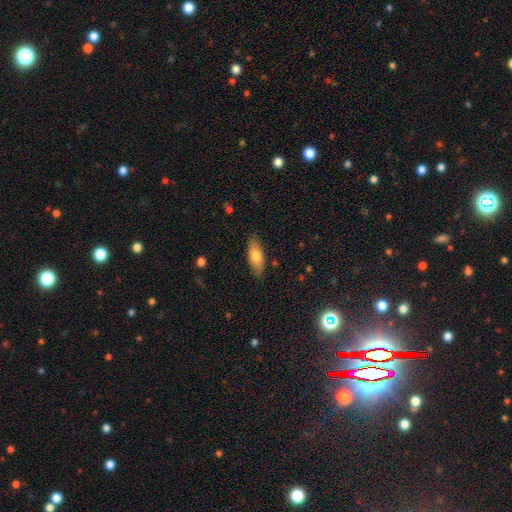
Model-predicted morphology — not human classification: smooth_or_featured: smooth (p=0.78) [alt: featured or disk p=0.16]
how_rounded: in between (p=0.77) [alt: cigar-shaped p=0.21]
merging: none (p=0.83) [alt: minor disturbance p=0.13]